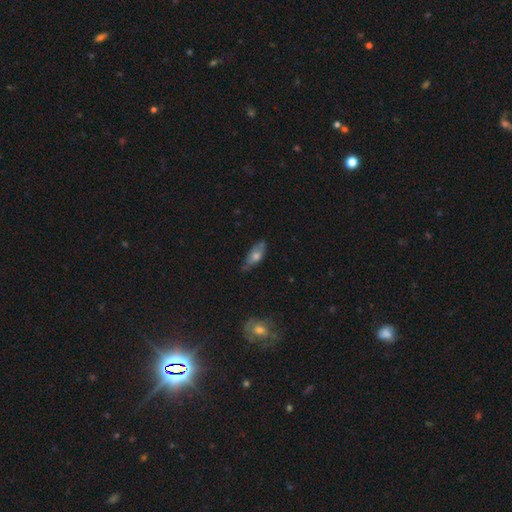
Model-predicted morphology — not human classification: The model was most divided on "smooth or featured": smooth: 59%, featured or disk: 34%, star or artifact: 7%. More confident: how rounded — in between (75%); merging — none (61%).